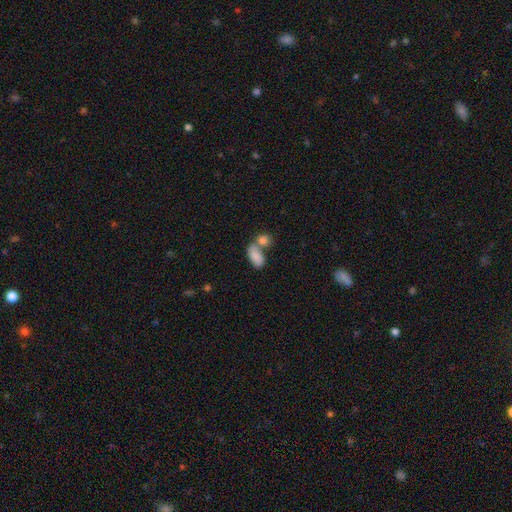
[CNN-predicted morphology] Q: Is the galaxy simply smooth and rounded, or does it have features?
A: smooth — 85%.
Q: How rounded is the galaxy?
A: in between — 92%.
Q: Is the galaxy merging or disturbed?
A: merger — 53%.